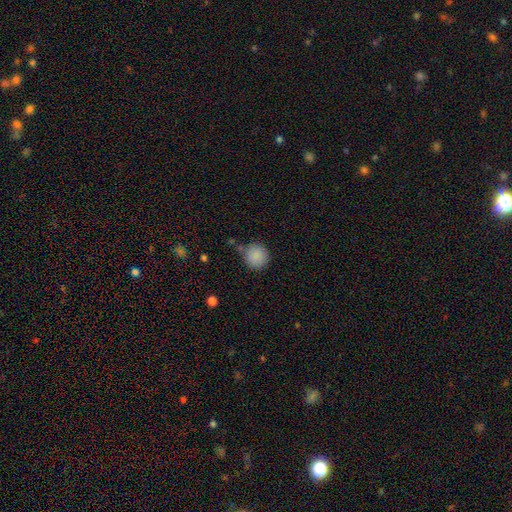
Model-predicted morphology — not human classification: type=smooth (88%); roundness=round (92%); merging=none (75%).